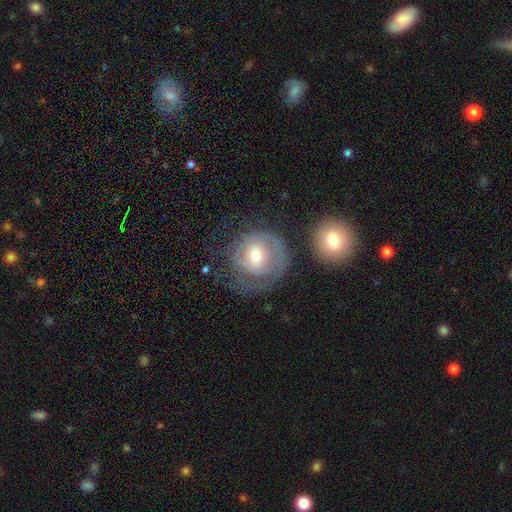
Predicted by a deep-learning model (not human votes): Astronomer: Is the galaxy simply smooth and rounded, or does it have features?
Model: featured or disk — 60%.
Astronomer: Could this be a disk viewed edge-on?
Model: no — 96%.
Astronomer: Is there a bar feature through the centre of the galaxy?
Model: no — 66%.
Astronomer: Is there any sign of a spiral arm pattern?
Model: yes — 67%.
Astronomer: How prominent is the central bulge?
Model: moderate — 54% (runner-up: small, 39%).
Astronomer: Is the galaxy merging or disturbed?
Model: none — 47% (runner-up: major disturbance, 26%).